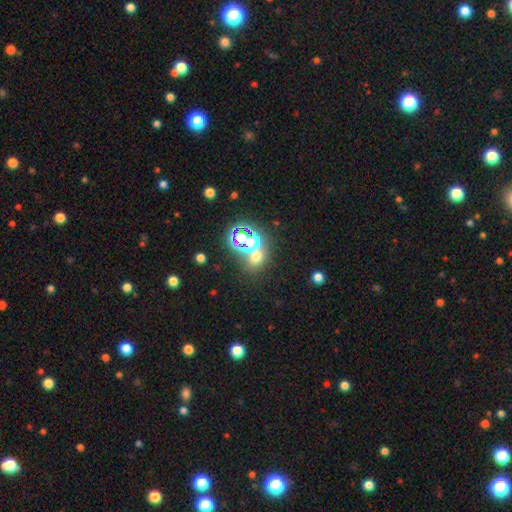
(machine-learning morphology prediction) This is possibly a smooth galaxy (47%). Merging: possibly none (57%).